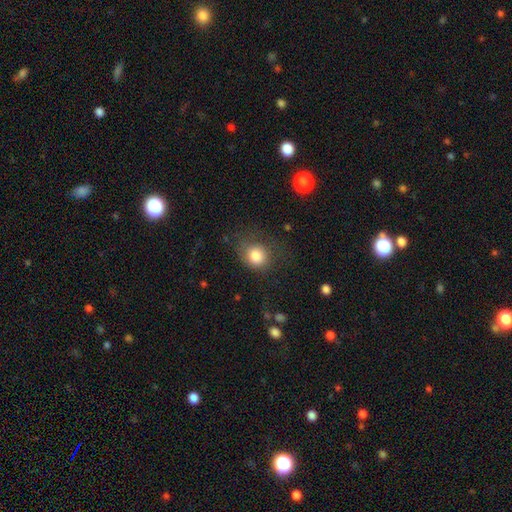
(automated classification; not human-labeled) smooth-or-featured: smooth: 82% | star or artifact: 10% | featured or disk: 8%
  how-rounded: round: 71% | in between: 28% | cigar-shaped: 1%
  merging: none: 64% | minor disturbance: 21% | major disturbance: 13% | merger: 2%